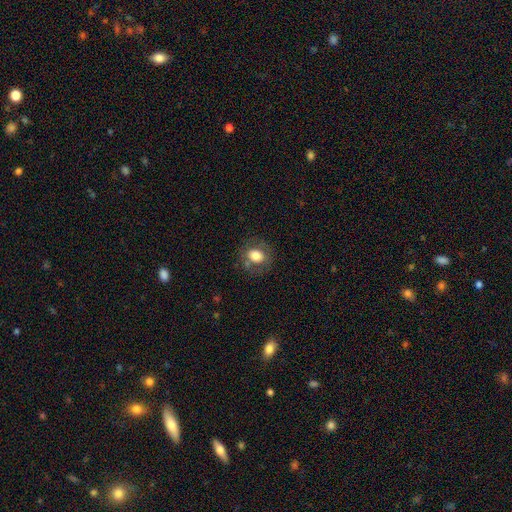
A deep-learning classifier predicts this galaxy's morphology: smooth 73%, featured or disk 18%, star or artifact 9%. Down the decision tree: how rounded — round (65%); merging — none (76%).